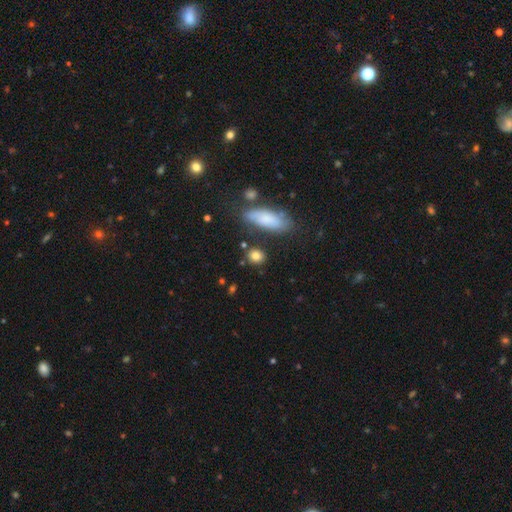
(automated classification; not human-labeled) smooth_or_featured: smooth (p=0.82) [alt: star or artifact p=0.10]
how_rounded: round (p=0.57) [alt: in between p=0.36]
merging: none (p=0.77) [alt: minor disturbance p=0.13]